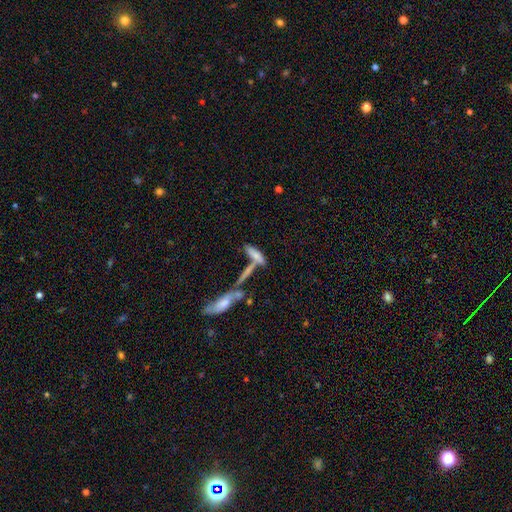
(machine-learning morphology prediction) A smooth galaxy with no disk features (64%) that is cigar-shaped (64%). Merging: merger (47%).